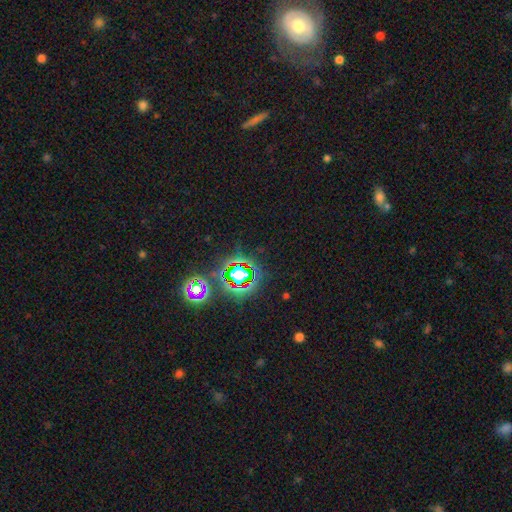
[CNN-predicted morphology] A star or artifact, not a galaxy (78%).